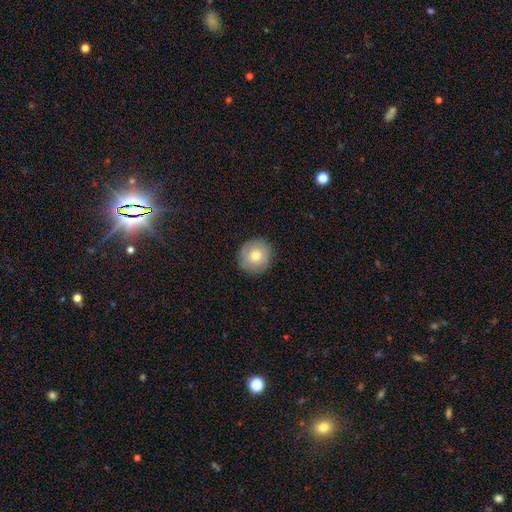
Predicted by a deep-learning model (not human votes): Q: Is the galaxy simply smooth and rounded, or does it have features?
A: smooth — 71%.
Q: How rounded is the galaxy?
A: round — 94%.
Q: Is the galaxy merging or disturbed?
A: none — 89%.